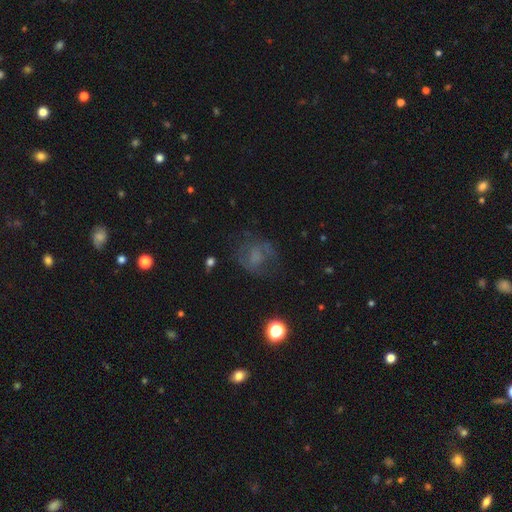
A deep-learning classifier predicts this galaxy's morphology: Smooth or featured? Predicted: smooth (p=0.40, tied with featured or disk). Merging? Predicted: none (p=0.57).